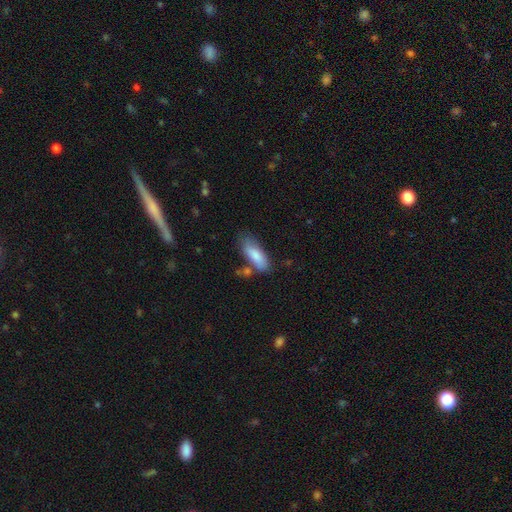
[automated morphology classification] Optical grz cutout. It shows a smooth galaxy with no disk features (82%) that is in between round and cigar-shaped (68%). Merging: none (59%).